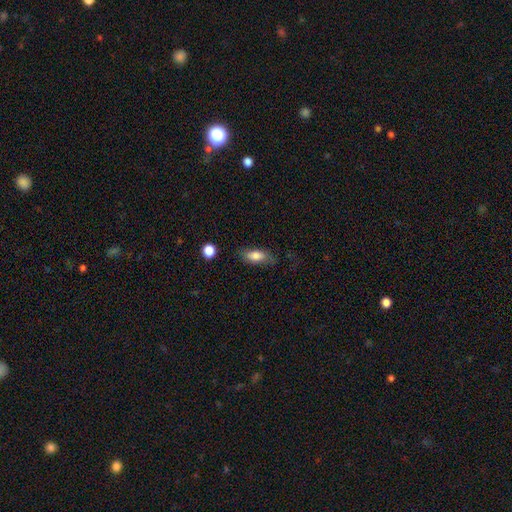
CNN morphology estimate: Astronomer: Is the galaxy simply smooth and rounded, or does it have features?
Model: smooth — 80%.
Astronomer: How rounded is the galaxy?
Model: in between — 80%.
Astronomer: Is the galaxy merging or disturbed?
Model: none — 66%.